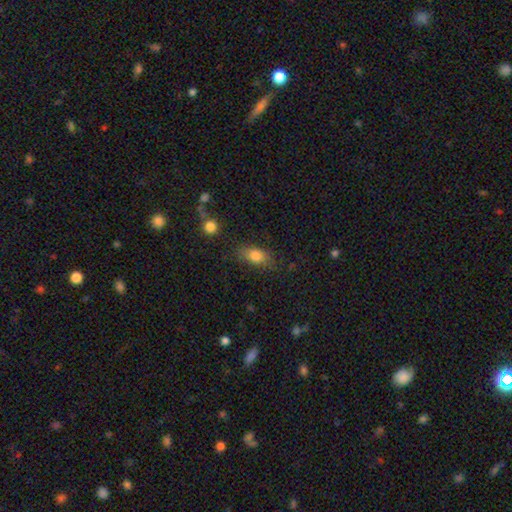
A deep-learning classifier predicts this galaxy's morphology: A smooth galaxy with no disk features (81%) that is in between round and cigar-shaped (82%).

Vote fractions:
- Smooth or featured? smooth: 81% / star or artifact: 10% / featured or disk: 10%
- How rounded? in between: 82% / round: 11% / cigar-shaped: 7%
- Merging? none: 72% / minor disturbance: 19% / major disturbance: 7% / merger: 3%